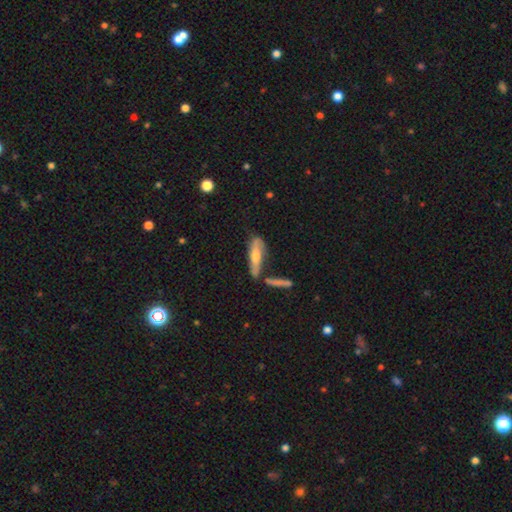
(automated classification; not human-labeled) Q: Smooth or featured?
A: smooth (51%); runner-up: featured or disk (42%)
Q: How rounded?
A: cigar-shaped (63%); runner-up: in between (35%)
Q: Merging?
A: none (52%); runner-up: minor disturbance (21%)